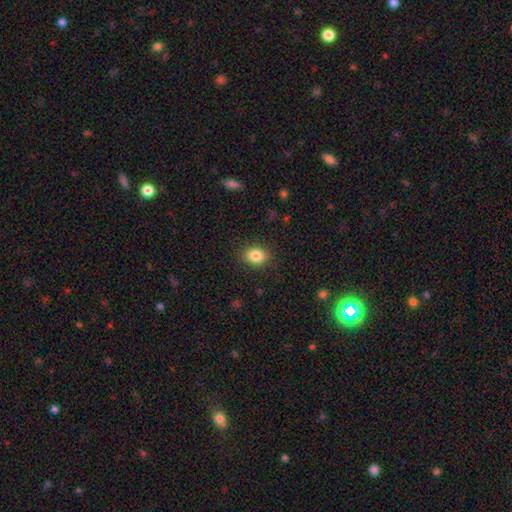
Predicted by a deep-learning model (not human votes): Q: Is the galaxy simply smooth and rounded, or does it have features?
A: smooth — 84%.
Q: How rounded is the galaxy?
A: in between — 58%.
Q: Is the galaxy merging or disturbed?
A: none — 88%.